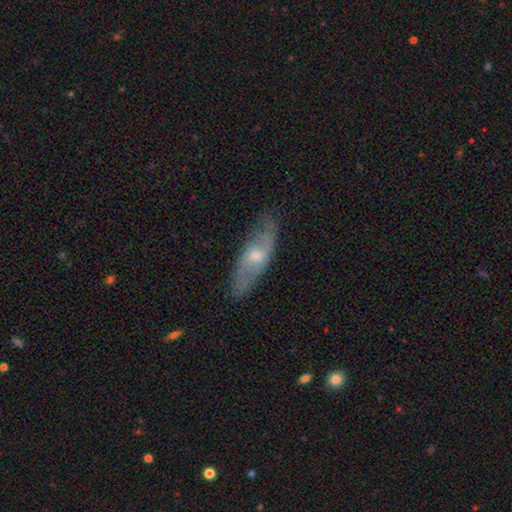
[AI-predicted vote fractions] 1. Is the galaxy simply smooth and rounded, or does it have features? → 64% featured or disk, 28% smooth, 8% star or artifact.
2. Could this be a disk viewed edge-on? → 71% no, 29% yes.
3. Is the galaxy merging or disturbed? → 80% none, 15% minor disturbance, 3% major disturbance, 1% merger.